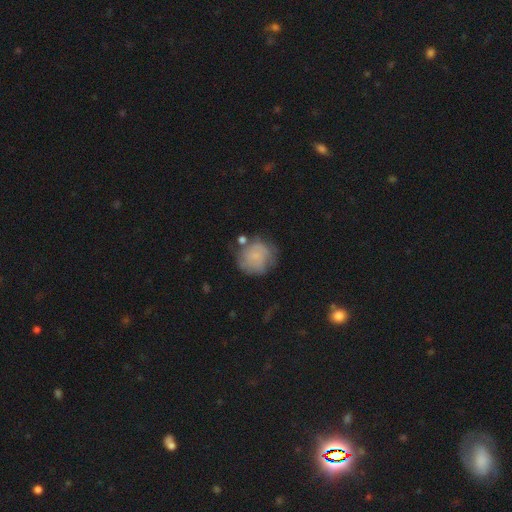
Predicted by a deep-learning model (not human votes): This appears to be a smooth galaxy with no disk features (49%). Merging: none (58%).